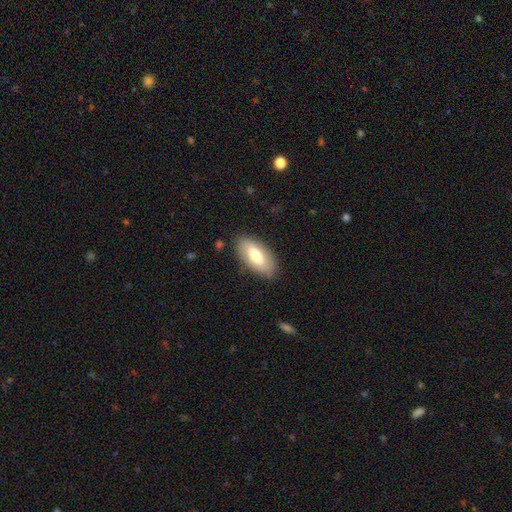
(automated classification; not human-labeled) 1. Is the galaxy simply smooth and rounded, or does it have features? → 68% smooth, 26% featured or disk, 6% star or artifact.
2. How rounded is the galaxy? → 91% in between, 6% cigar-shaped, 2% round.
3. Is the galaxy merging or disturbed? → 82% none, 14% minor disturbance, 3% major disturbance, 1% merger.